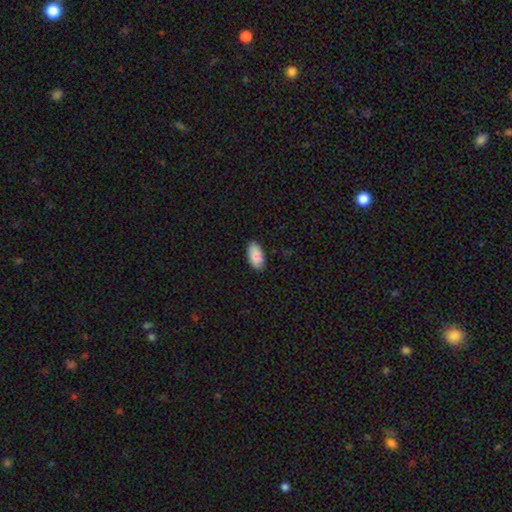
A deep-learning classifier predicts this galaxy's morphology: smooth 91%, star or artifact 6%, featured or disk 3%. Down the decision tree: how rounded — in between (94%); merging — none (87%).